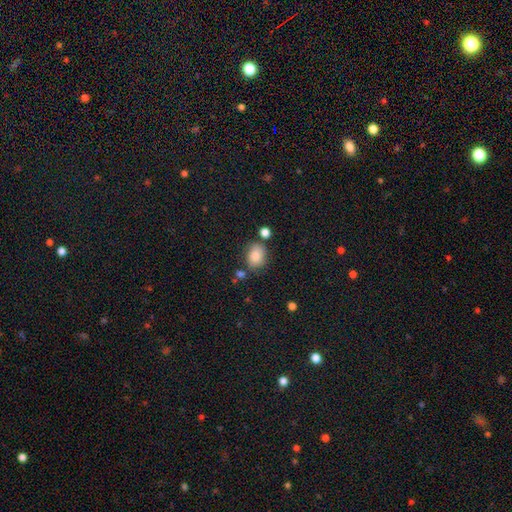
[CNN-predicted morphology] Smooth or featured: smooth — 83% (star or artifact — 9%)
How rounded: in between — 60% (round — 39%)
Merging: none — 66% (minor disturbance — 19%)